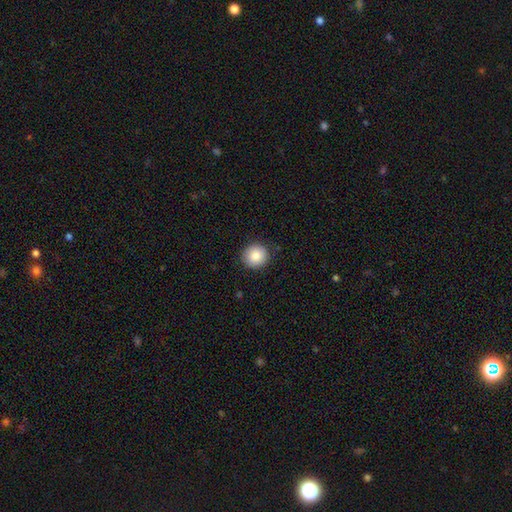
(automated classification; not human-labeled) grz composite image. It shows a smooth galaxy with no disk features (87%) that is round (92%). Merging: none (89%).